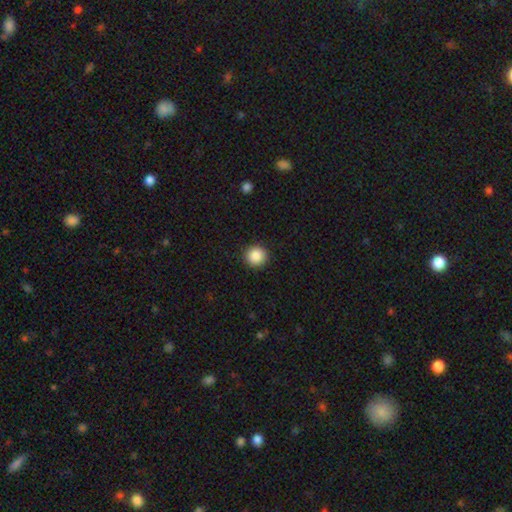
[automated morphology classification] A smooth galaxy with no disk features (88%) that is round (94%).

Vote fractions:
- Smooth or featured? smooth: 88% / star or artifact: 9% / featured or disk: 3%
- How rounded? round: 94% / in between: 5% / cigar-shaped: 1%
- Merging? none: 92% / minor disturbance: 5% / major disturbance: 2% / merger: 1%